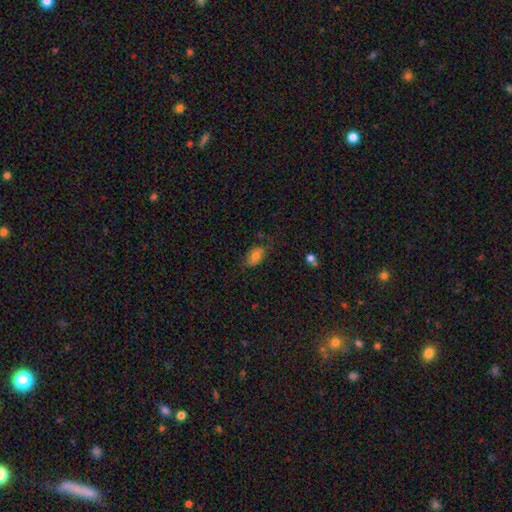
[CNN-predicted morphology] type=smooth (71%); roundness=in between (90%); merging=none (64%).